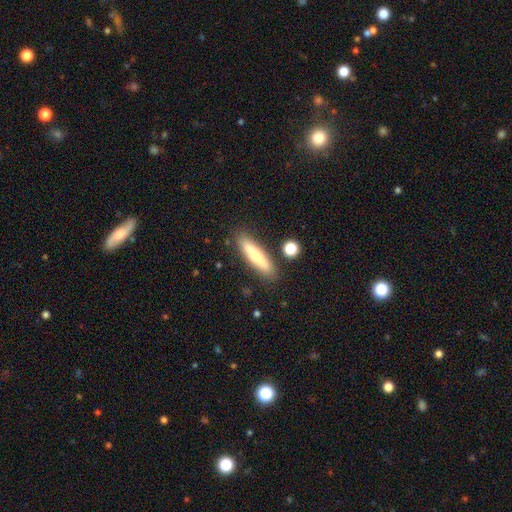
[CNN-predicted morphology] smooth 61%, featured or disk 32%, star or artifact 6%. Down the decision tree: how rounded — cigar-shaped (78%); merging — none (85%).